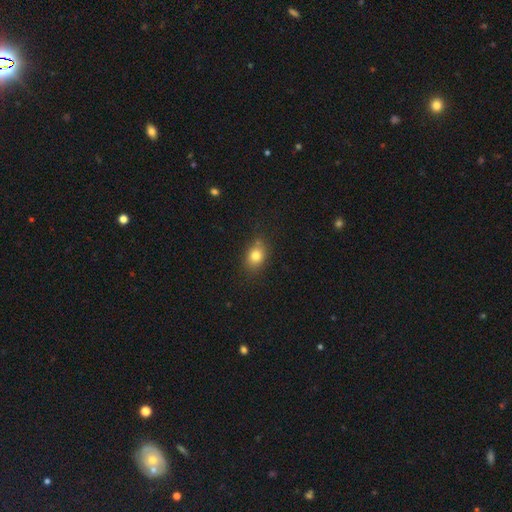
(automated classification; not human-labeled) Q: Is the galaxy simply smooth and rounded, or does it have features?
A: smooth — 80%.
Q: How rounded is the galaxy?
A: in between — 61%.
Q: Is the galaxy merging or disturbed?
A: none — 77%.